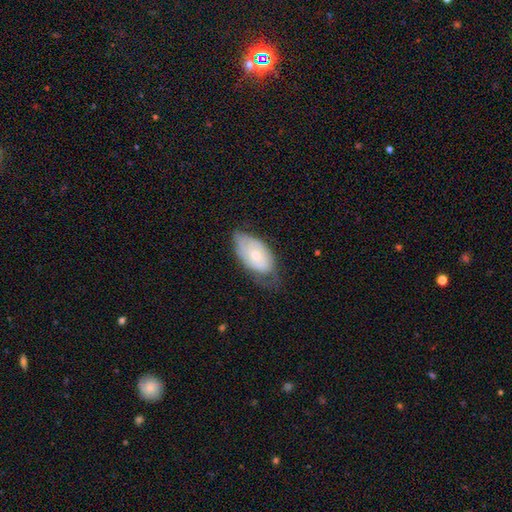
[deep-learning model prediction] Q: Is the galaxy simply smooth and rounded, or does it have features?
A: smooth — 48%.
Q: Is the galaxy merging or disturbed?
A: none — 48%.